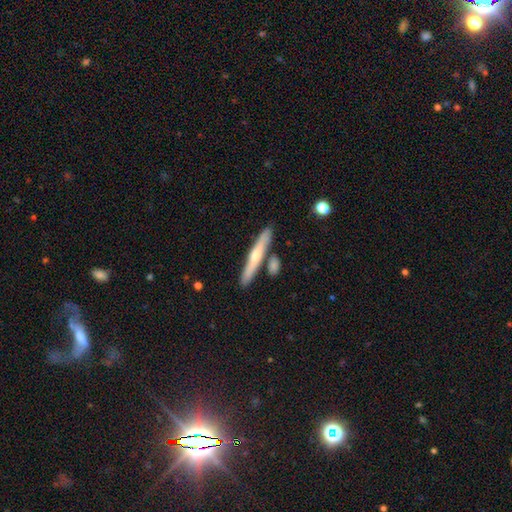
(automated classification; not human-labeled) Smooth or featured? featured or disk (50%)
Edge-on disk? yes (95%)
Merging? none (79%)